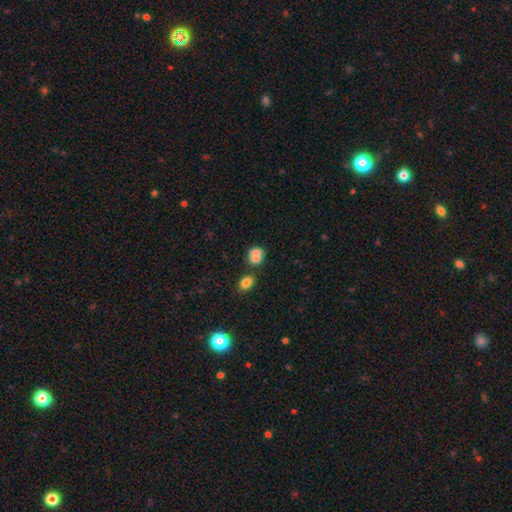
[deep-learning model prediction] Smooth or featured? smooth (72%)
How rounded? round (56%)
Merging? merger (57%)